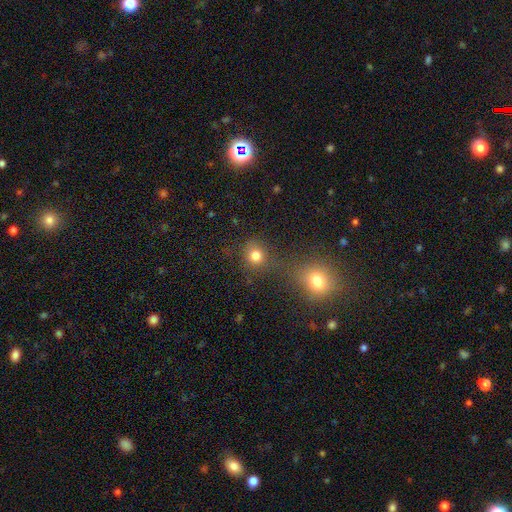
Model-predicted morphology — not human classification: A smooth galaxy with no disk features (78%) that is round (84%).

Vote fractions:
- Smooth or featured? smooth: 78% / star or artifact: 15% / featured or disk: 7%
- How rounded? round: 84% / in between: 14% / cigar-shaped: 1%
- Merging? none: 57% / merger: 27% / minor disturbance: 10% / major disturbance: 6%